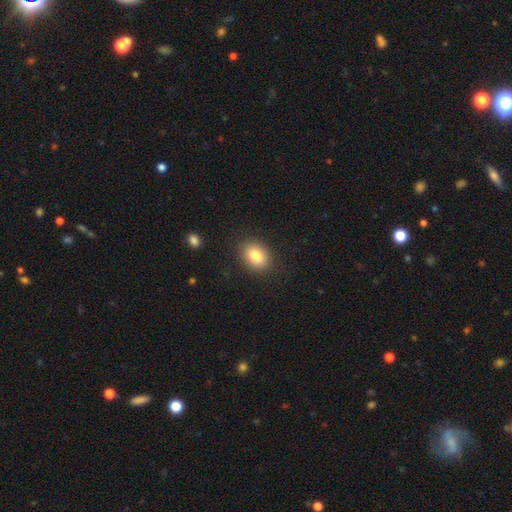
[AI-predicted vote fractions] smooth-or-featured: smooth: 84% | star or artifact: 9% | featured or disk: 8%
  how-rounded: in between: 73% | round: 26% | cigar-shaped: 1%
  merging: none: 86% | minor disturbance: 10% | major disturbance: 3% | merger: 1%